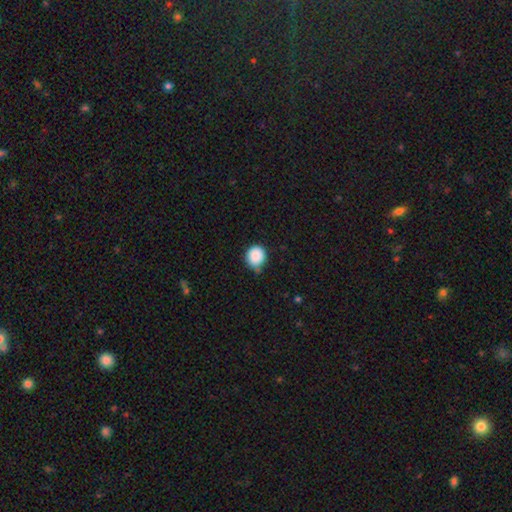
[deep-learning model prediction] This appears to be a smooth galaxy with no disk features (88%) that is round (86%). Merging: none (58%).